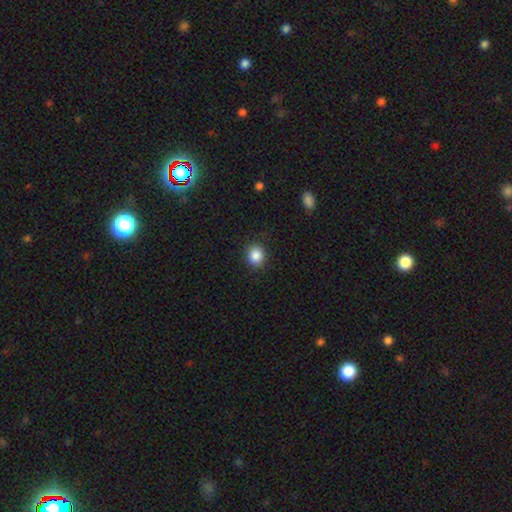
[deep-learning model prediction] Smooth or featured? smooth (86%)
How rounded? round (79%)
Merging? none (88%)